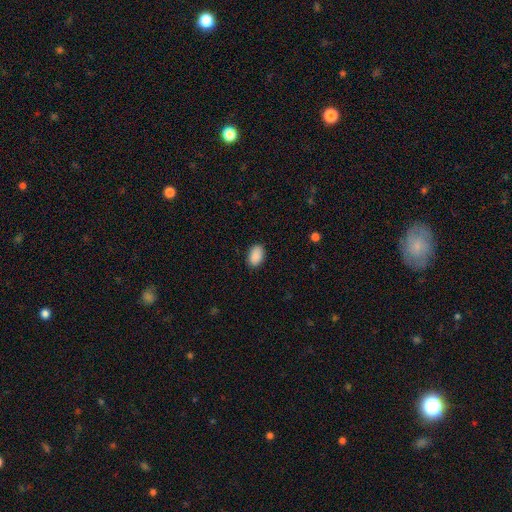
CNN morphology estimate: smooth_or_featured: smooth (p=0.90) [alt: star or artifact p=0.07]
how_rounded: in between (p=0.90) [alt: round p=0.08]
merging: none (p=0.88) [alt: minor disturbance p=0.09]